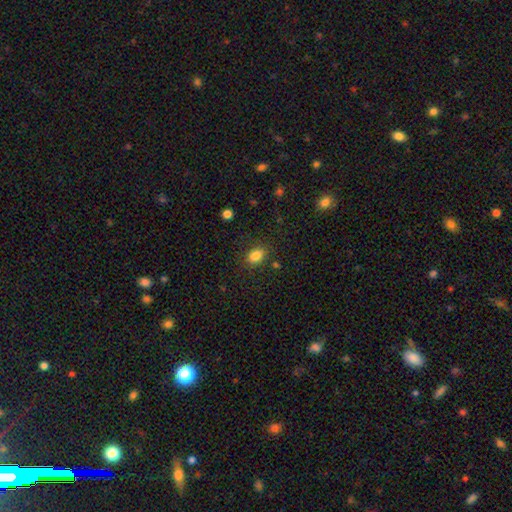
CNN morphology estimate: smooth 84%, star or artifact 10%, featured or disk 6%. Down the decision tree: how rounded — in between (82%); merging — none (83%).